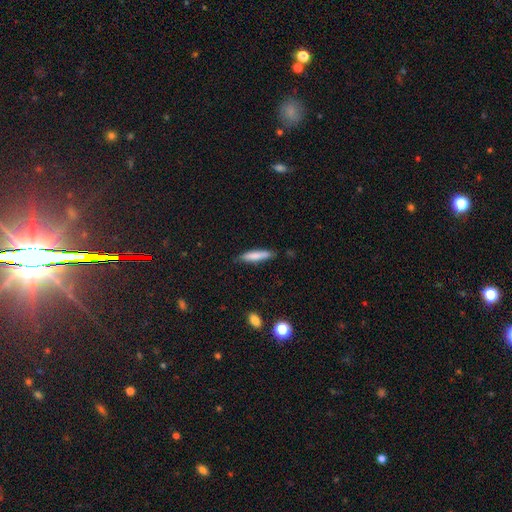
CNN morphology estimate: Smooth or featured: smooth — 77% (featured or disk — 17%)
How rounded: cigar-shaped — 84% (in between — 15%)
Merging: none — 81% (minor disturbance — 15%)